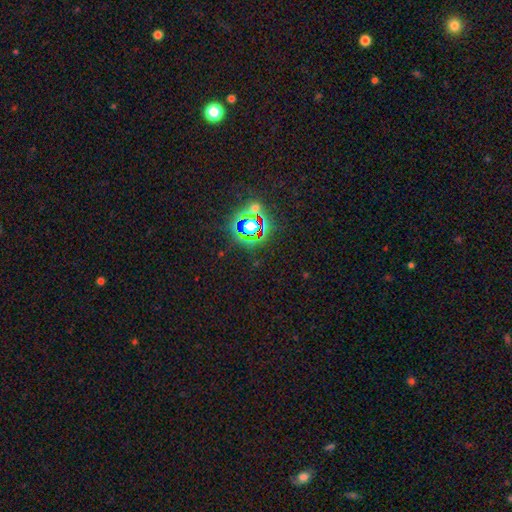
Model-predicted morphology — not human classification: Smooth or featured: star or artifact — 79% (smooth — 13%)